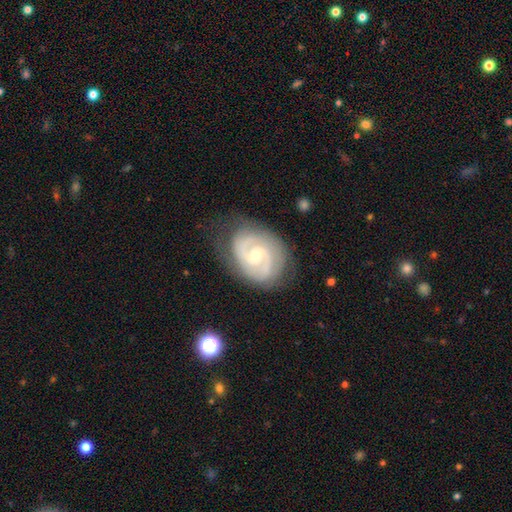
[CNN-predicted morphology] The model was most divided on "bar": no: 50%, weak: 41%, strong: 9%. More confident: spiral arms — yes (98%); edge-on disk — no (98%); smooth or featured — featured or disk (90%); spiral arm count — 2 (82%); merging — none (78%); bulge size — small (58%); spiral winding — tight (53%).